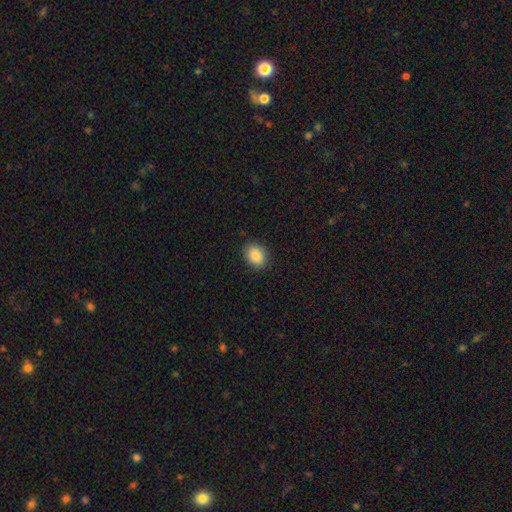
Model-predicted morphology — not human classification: Smooth or featured? Predicted: smooth (p=0.88). How rounded? Predicted: in between (p=0.61). Merging? Predicted: none (p=0.88).